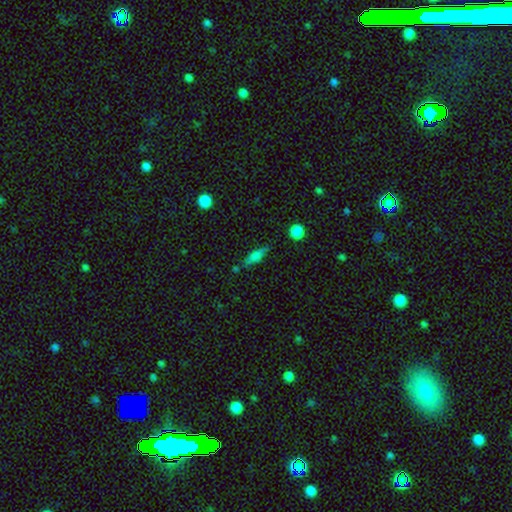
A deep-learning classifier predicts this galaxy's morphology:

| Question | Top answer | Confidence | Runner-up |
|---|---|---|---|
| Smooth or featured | smooth | 64% | featured or disk (26%) |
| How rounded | cigar-shaped | 56% | in between (40%) |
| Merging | none | 76% | minor disturbance (16%) |